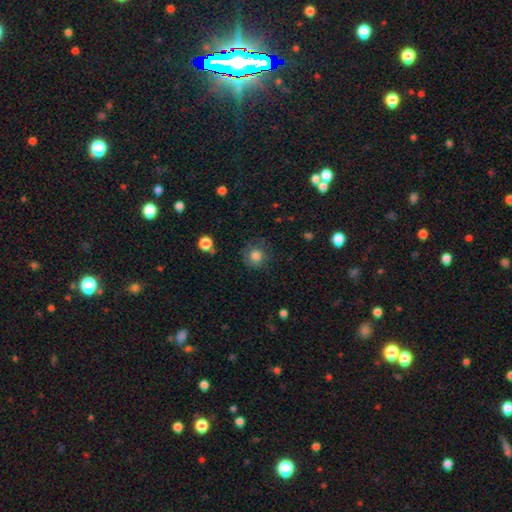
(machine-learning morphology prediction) smooth 79%, star or artifact 12%, featured or disk 9%. Down the decision tree: how rounded — round (90%); merging — none (75%).